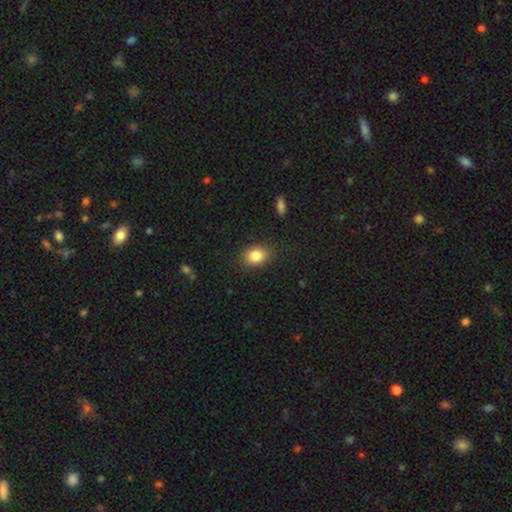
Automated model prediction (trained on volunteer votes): Smooth or featured: smooth — 84% (star or artifact — 9%)
How rounded: in between — 69% (round — 30%)
Merging: none — 86% (minor disturbance — 10%)